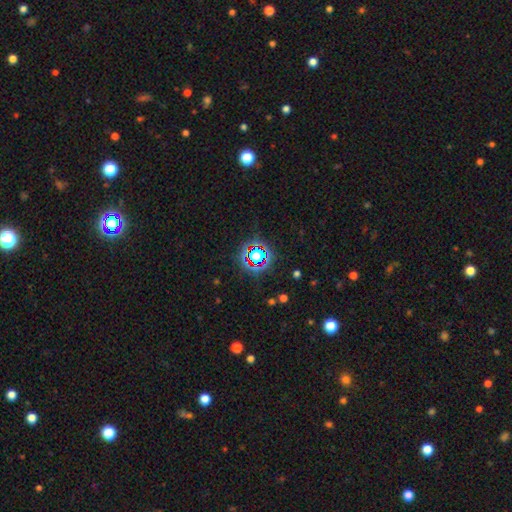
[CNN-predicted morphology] A star or artifact, not a galaxy (68%).

Vote fractions:
- Smooth or featured? star or artifact: 68% / smooth: 21% / featured or disk: 11%